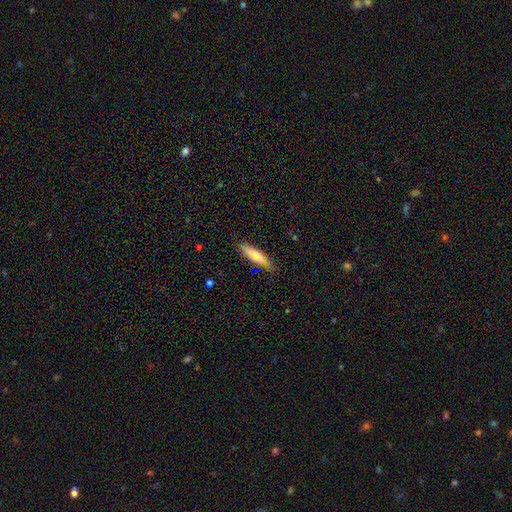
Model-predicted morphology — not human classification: Smooth or featured: smooth — 64% (featured or disk — 30%)
How rounded: cigar-shaped — 75% (in between — 24%)
Merging: none — 76% (minor disturbance — 19%)